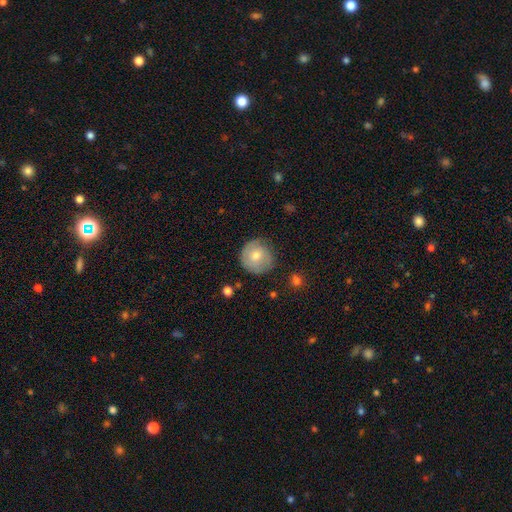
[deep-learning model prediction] This is possibly a smooth galaxy (55%). How rounded: clearly round (93%). Merging: likely none (75%).